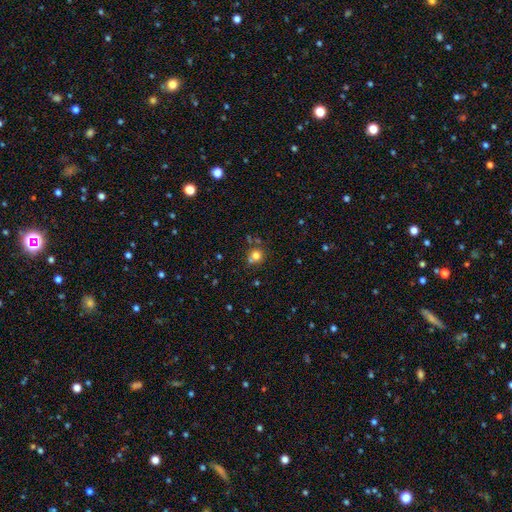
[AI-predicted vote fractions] The model was most divided on "merging": none: 63%, merger: 21%, minor disturbance: 12%, major disturbance: 5%. More confident: how rounded — round (88%); smooth or featured — smooth (75%).